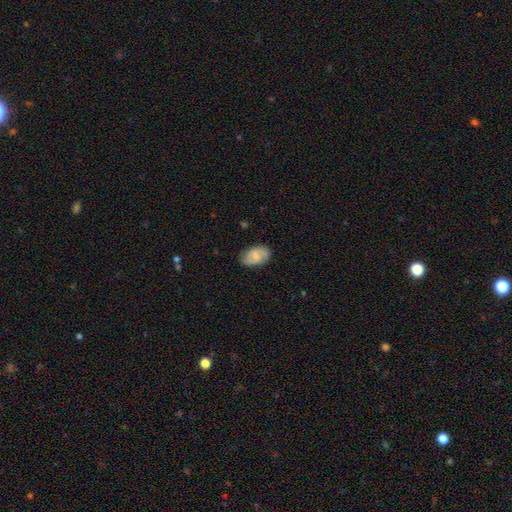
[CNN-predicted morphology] Smooth or featured: smooth — 59% (featured or disk — 34%)
How rounded: in between — 90% (round — 8%)
Merging: none — 80% (minor disturbance — 16%)